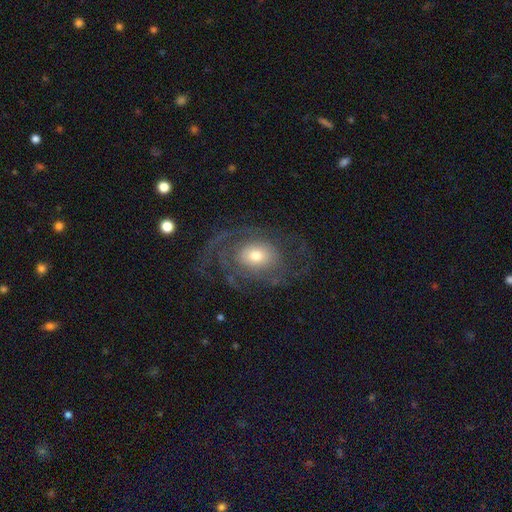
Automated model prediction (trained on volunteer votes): Q: Smooth or featured?
A: featured or disk (75%); runner-up: smooth (18%)
Q: Edge-on disk?
A: no (96%); runner-up: yes (4%)
Q: Bar?
A: no (77%); runner-up: weak (18%)
Q: Spiral arms?
A: yes (82%); runner-up: no (18%)
Q: Spiral winding?
A: tight (43%); runner-up: medium (37%)
Q: Spiral arm count?
A: 2 (35%); runner-up: can't tell (34%)
Q: Bulge size?
A: moderate (59%); runner-up: small (26%)
Q: Merging?
A: none (62%); runner-up: major disturbance (19%)